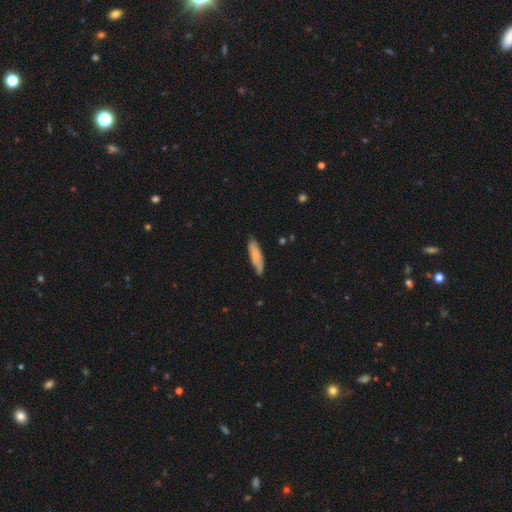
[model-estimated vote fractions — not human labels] A smooth galaxy with no disk features (68%) that is cigar-shaped (67%).

Vote fractions:
- Smooth or featured? smooth: 68% / featured or disk: 27% / star or artifact: 6%
- How rounded? cigar-shaped: 67% / in between: 31% / round: 2%
- Merging? none: 80% / minor disturbance: 16% / major disturbance: 2% / merger: 1%